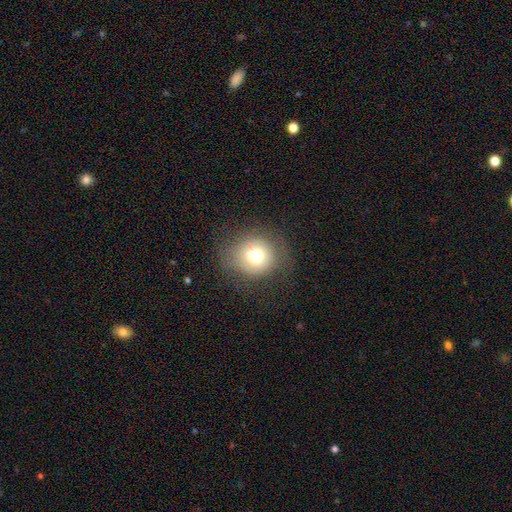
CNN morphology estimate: Overall: smooth (71%). How rounded: round (87%). Merging: none (74%).